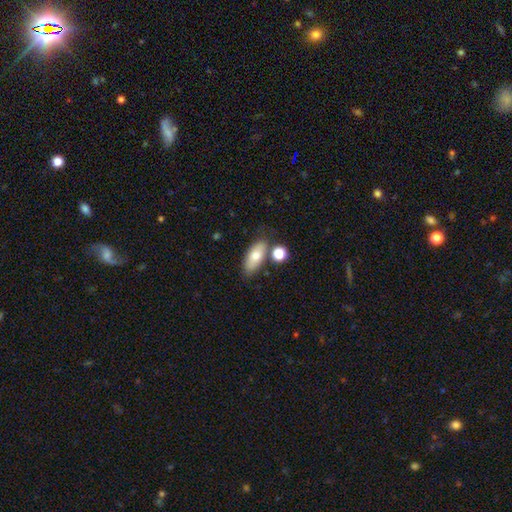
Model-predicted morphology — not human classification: smooth 71%, featured or disk 21%, star or artifact 7%. Down the decision tree: how rounded — in between (82%); merging — none (69%).